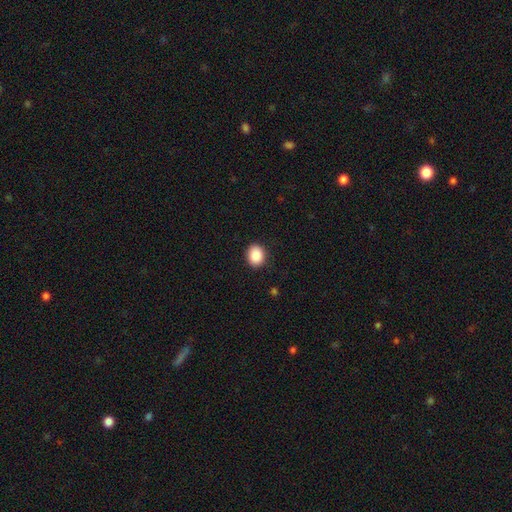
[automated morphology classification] Smooth or featured? smooth (88%)
How rounded? round (59%)
Merging? none (90%)